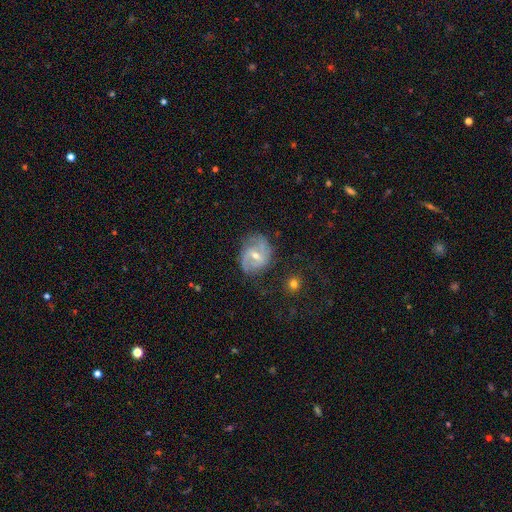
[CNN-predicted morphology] smooth_or_featured: featured or disk (p=0.76) [alt: smooth p=0.16]
disk_edge_on: no (p=0.97) [alt: yes p=0.03]
bar: weak (p=0.54) [alt: no p=0.25]
has_spiral_arms: yes (p=0.90) [alt: no p=0.10]
spiral_winding: medium (p=0.46) [alt: tight p=0.29]
spiral_arm_count: 2 (p=0.73) [alt: can't tell p=0.14]
bulge_size: moderate (p=0.52) [alt: small p=0.44]
merging: none (p=0.69) [alt: minor disturbance p=0.21]